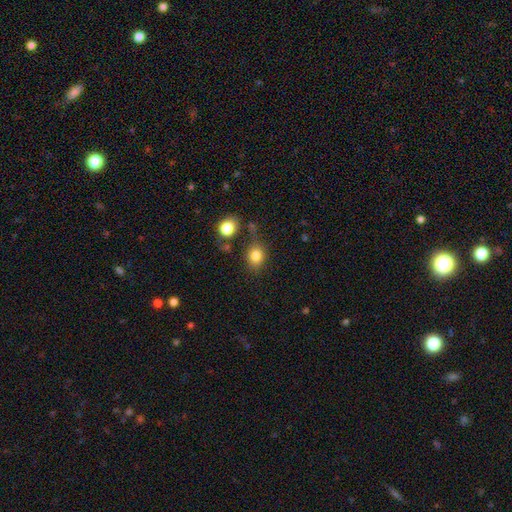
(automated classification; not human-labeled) smooth_or_featured: smooth (p=0.81) [alt: star or artifact p=0.12]
how_rounded: round (p=0.55) [alt: in between p=0.44]
merging: none (p=0.73) [alt: minor disturbance p=0.14]